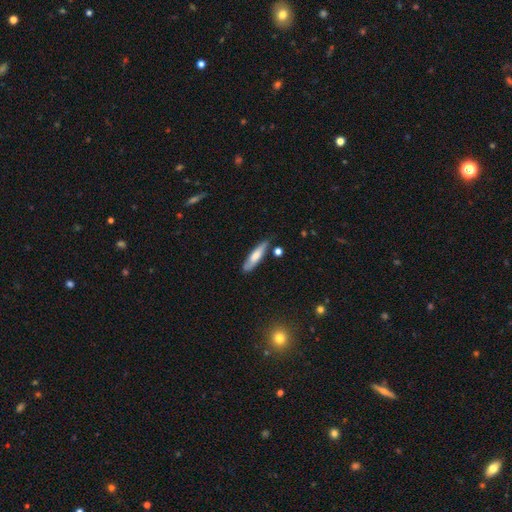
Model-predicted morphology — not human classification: Q: Smooth or featured?
A: smooth (67%); runner-up: featured or disk (27%)
Q: How rounded?
A: cigar-shaped (75%); runner-up: in between (23%)
Q: Merging?
A: none (78%); runner-up: minor disturbance (16%)